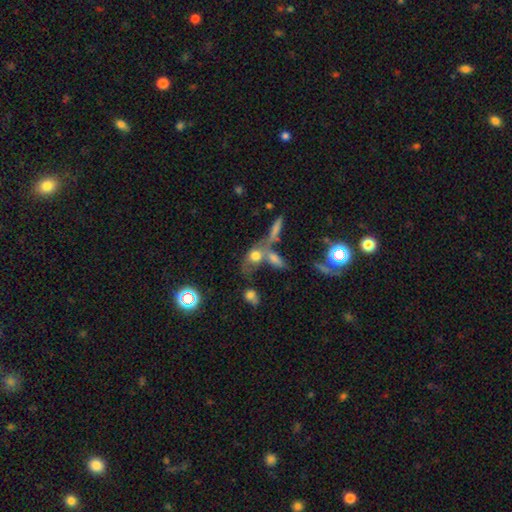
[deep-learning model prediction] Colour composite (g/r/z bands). It shows a smooth galaxy with no disk features (63%) that is in between round and cigar-shaped (60%). Merging: merger (48%).